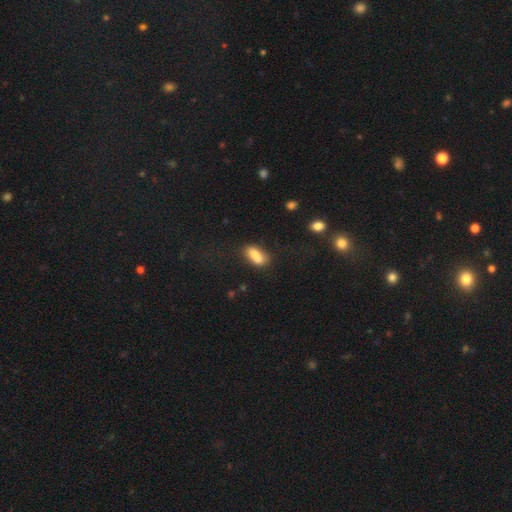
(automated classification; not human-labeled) Smooth or featured: smooth — 78% (featured or disk — 13%)
How rounded: in between — 75% (cigar-shaped — 20%)
Merging: none — 54% (minor disturbance — 20%)